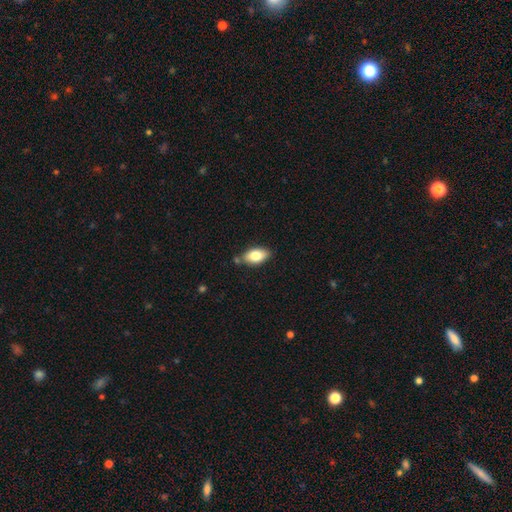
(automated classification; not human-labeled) A smooth galaxy with no disk features (79%) that is in between round and cigar-shaped (91%). Merging: none (77%).